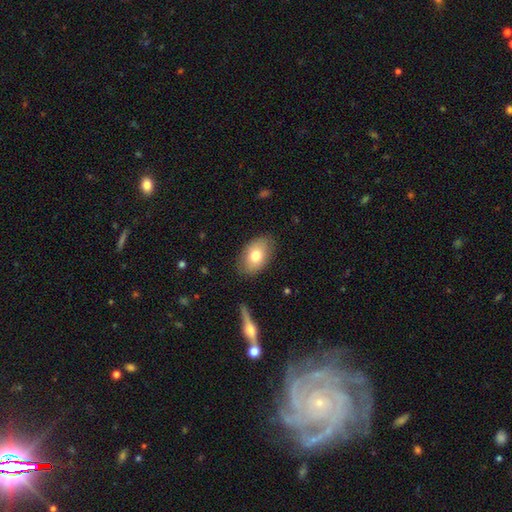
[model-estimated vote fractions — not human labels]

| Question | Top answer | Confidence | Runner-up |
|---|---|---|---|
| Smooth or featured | smooth | 76% | featured or disk (16%) |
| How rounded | in between | 88% | round (10%) |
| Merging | none | 83% | minor disturbance (12%) |